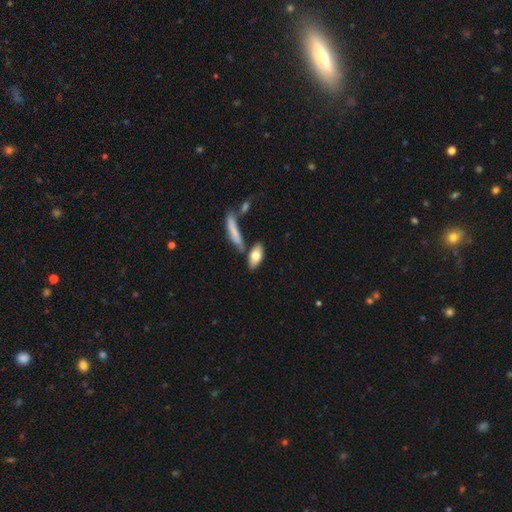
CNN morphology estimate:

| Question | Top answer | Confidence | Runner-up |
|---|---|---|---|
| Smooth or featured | smooth | 75% | featured or disk (19%) |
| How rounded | in between | 78% | cigar-shaped (19%) |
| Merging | none | 66% | merger (16%) |